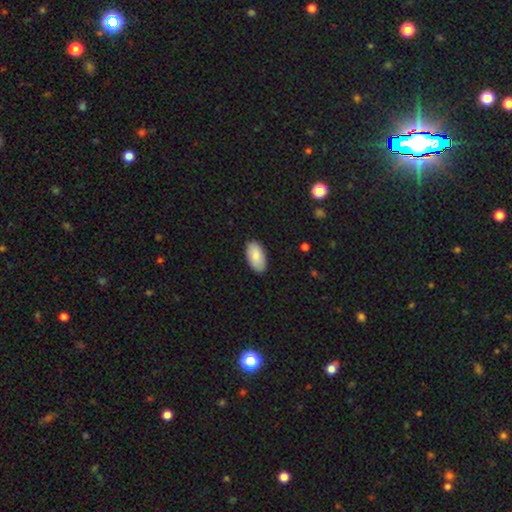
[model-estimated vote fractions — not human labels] Q: Smooth or featured?
A: smooth (88%); runner-up: featured or disk (7%)
Q: How rounded?
A: in between (96%); runner-up: round (2%)
Q: Merging?
A: none (88%); runner-up: minor disturbance (10%)